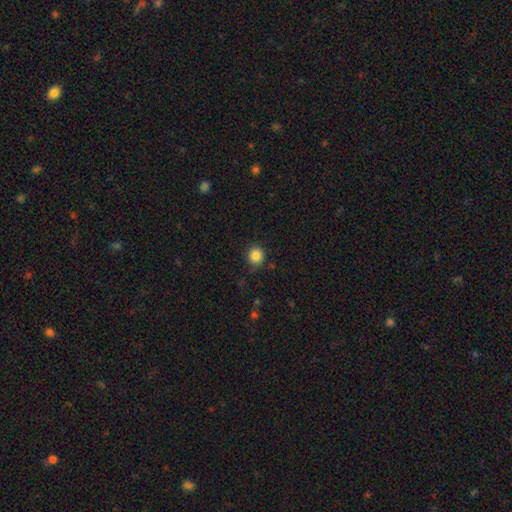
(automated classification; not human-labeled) Smooth or featured? Predicted: smooth (p=0.85). How rounded? Predicted: round (p=0.91). Merging? Predicted: none (p=0.85).